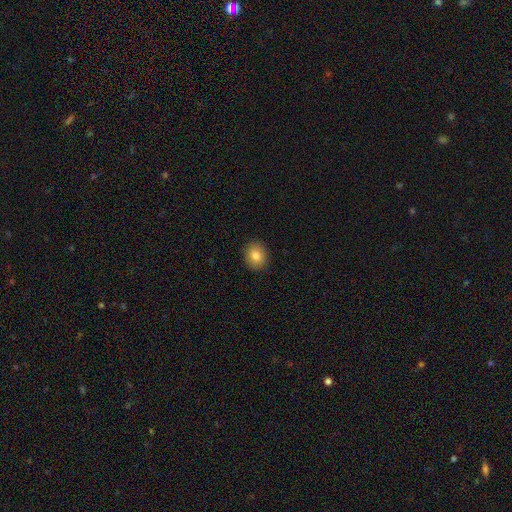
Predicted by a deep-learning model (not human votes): Morphology: type=smooth (83%); roundness=round (62%); merging=none (90%).